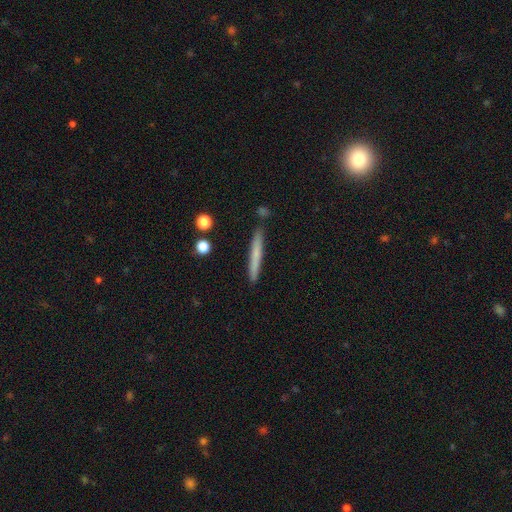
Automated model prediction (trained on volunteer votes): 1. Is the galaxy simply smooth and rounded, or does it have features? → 64% smooth, 30% featured or disk, 7% star or artifact.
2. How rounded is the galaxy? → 96% cigar-shaped, 2% in between, 1% round.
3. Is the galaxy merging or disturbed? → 87% none, 8% minor disturbance, 3% merger, 2% major disturbance.